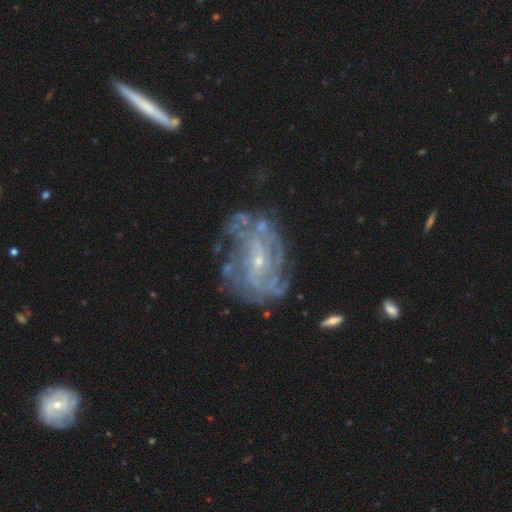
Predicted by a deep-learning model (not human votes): Smooth or featured?
  - featured or disk: 81% *
  - star or artifact: 10%
  - smooth: 9%
Edge-on disk?
  - no: 95% *
  - yes: 5%
Bar?
  - no: 46% *
  - weak: 40%
  - strong: 13%
Spiral arms?
  - yes: 83% *
  - no: 17%
Spiral winding?
  - tight: 48% *
  - medium: 35%
  - loose: 17%
Spiral arm count?
  - can't tell: 46% *
  - 2: 20%
  - 3: 13%
  - 4: 10%
  - more than 4: 6%
  - 1: 5%
Bulge size?
  - small: 76% *
  - moderate: 18%
  - none: 3%
  - large: 1%
  - dominant: 1%
Merging?
  - none: 61% *
  - minor disturbance: 20%
  - major disturbance: 14%
  - merger: 5%